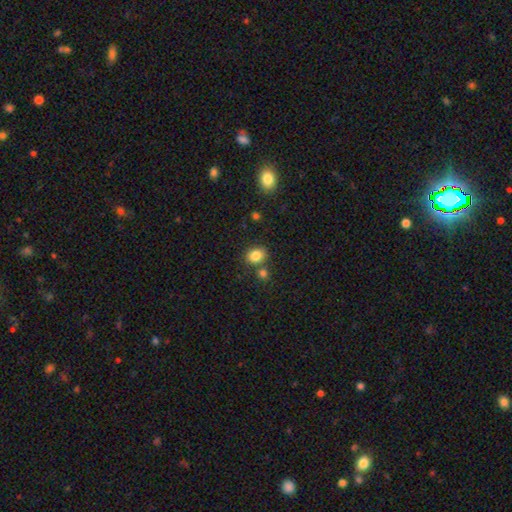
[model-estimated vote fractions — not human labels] This is clearly a smooth galaxy (84%). How rounded: possibly round (55%). Merging: likely none (69%).